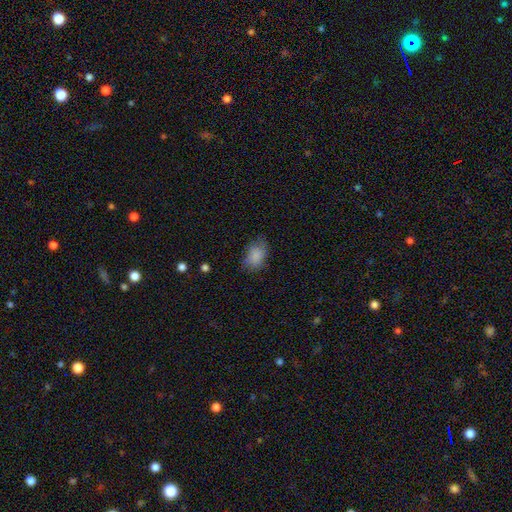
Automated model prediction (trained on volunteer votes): The model was most divided on "merging": none: 70%, minor disturbance: 22%, major disturbance: 6%, merger: 1%. More confident: smooth or featured — smooth (86%); how rounded — in between (82%).